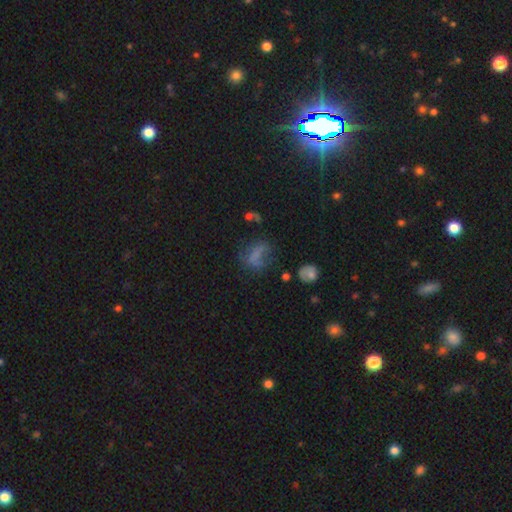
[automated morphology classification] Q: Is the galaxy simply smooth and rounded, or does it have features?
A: smooth — 53%.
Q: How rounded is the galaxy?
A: in between — 60%.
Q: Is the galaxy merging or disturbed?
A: none — 43%.